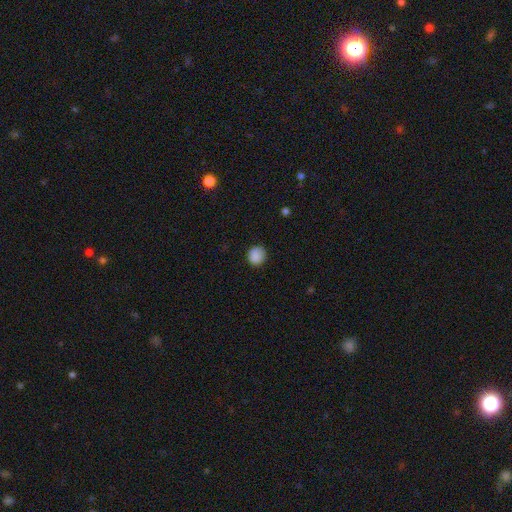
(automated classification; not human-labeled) Smooth or featured? smooth (88%)
How rounded? round (85%)
Merging? none (84%)